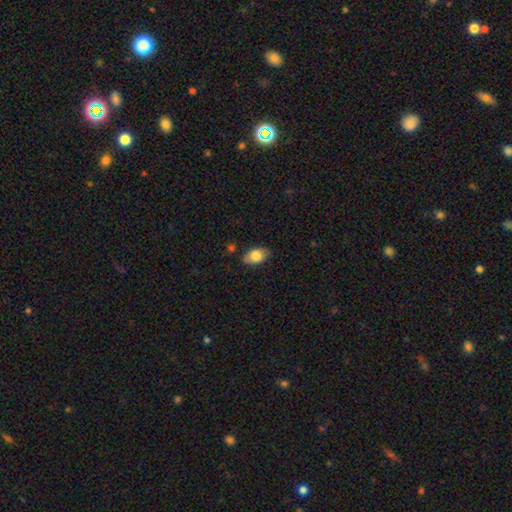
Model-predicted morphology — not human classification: smooth-or-featured: smooth: 82% | featured or disk: 11% | star or artifact: 7%
  how-rounded: in between: 90% | round: 8% | cigar-shaped: 2%
  merging: none: 77% | minor disturbance: 18% | major disturbance: 3% | merger: 2%